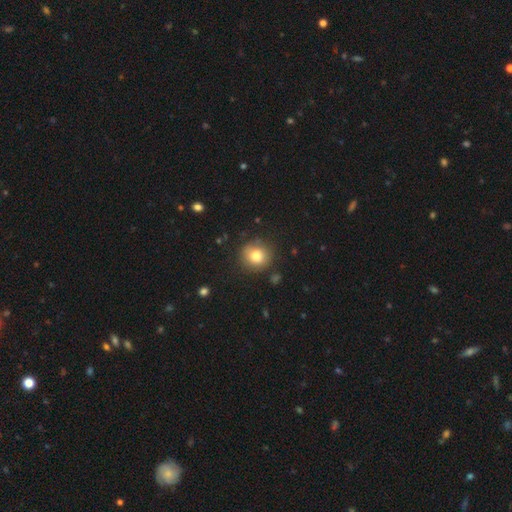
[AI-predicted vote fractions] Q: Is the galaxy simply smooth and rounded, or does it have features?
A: smooth — 80%.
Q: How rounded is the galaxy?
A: round — 88%.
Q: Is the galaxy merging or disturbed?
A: none — 84%.